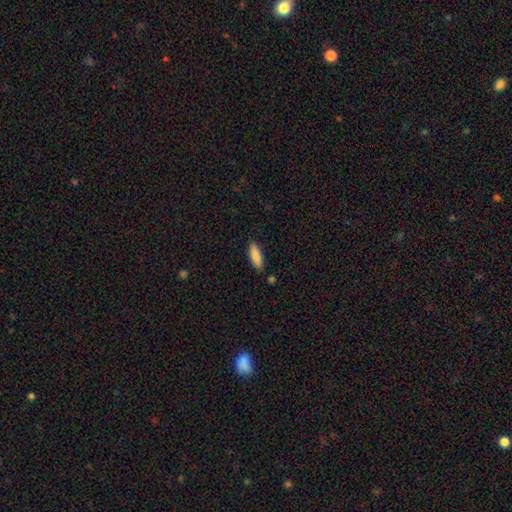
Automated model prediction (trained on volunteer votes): Overall: smooth (87%). How rounded: in between (50%; cigar-shaped 48%). Merging: none (84%).